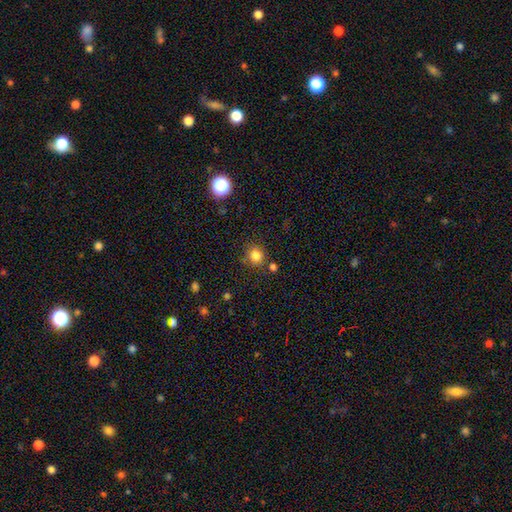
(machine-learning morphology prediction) A smooth galaxy with no disk features (82%) that is round (84%).

Vote fractions:
- Smooth or featured? smooth: 82% / star or artifact: 13% / featured or disk: 5%
- How rounded? round: 84% / in between: 15% / cigar-shaped: 1%
- Merging? none: 77% / minor disturbance: 11% / merger: 8% / major disturbance: 4%